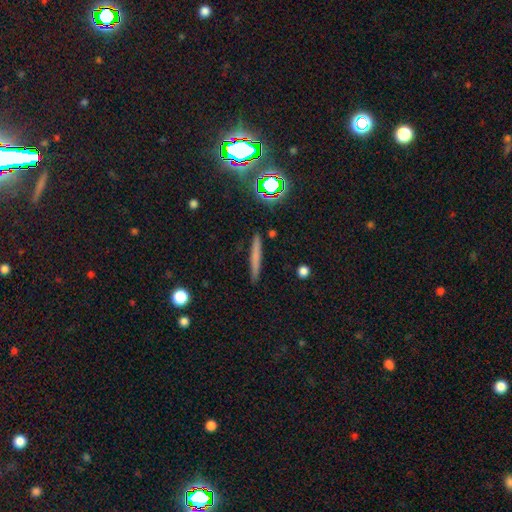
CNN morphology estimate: Smooth or featured? Predicted: smooth (p=0.61). How rounded? Predicted: cigar-shaped (p=0.94). Merging? Predicted: none (p=0.90).